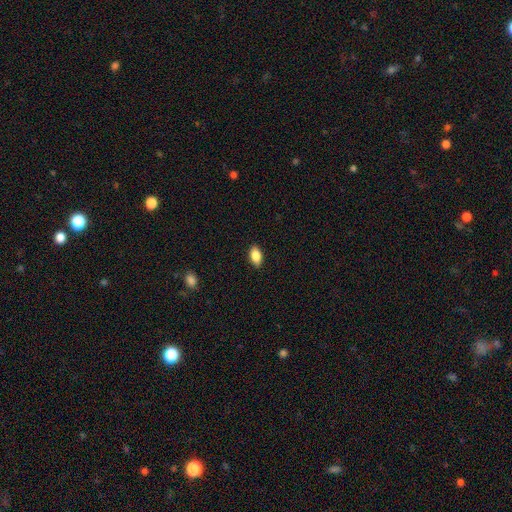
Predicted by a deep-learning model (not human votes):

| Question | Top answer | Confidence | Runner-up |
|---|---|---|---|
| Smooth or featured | smooth | 84% | featured or disk (9%) |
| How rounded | in between | 90% | round (6%) |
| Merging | none | 88% | minor disturbance (9%) |